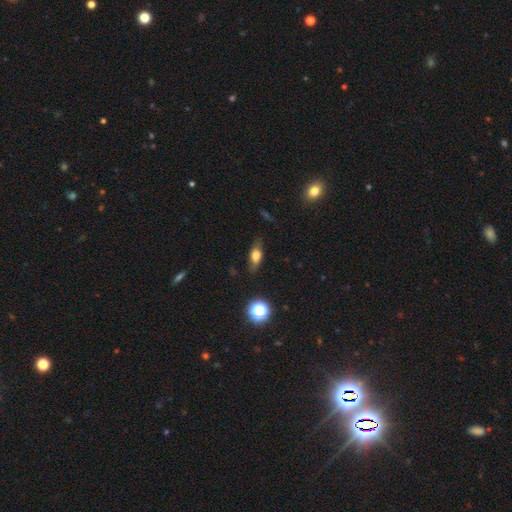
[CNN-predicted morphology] smooth 62%, featured or disk 27%, star or artifact 11%. Down the decision tree: how rounded — in between (69%); merging — none (77%).